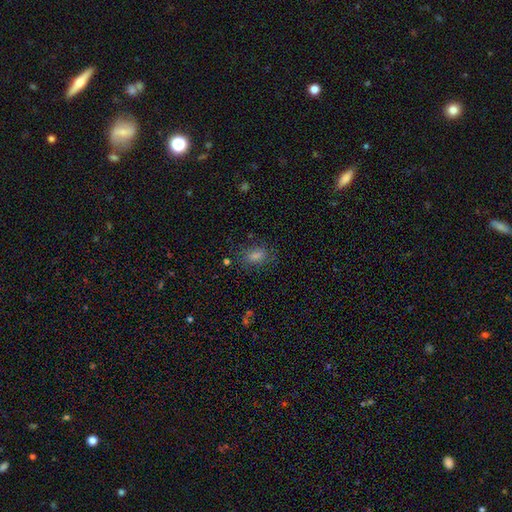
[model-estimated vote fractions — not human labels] A smooth galaxy with no disk features (61%) that is in between round and cigar-shaped (76%). Merging: none (77%).